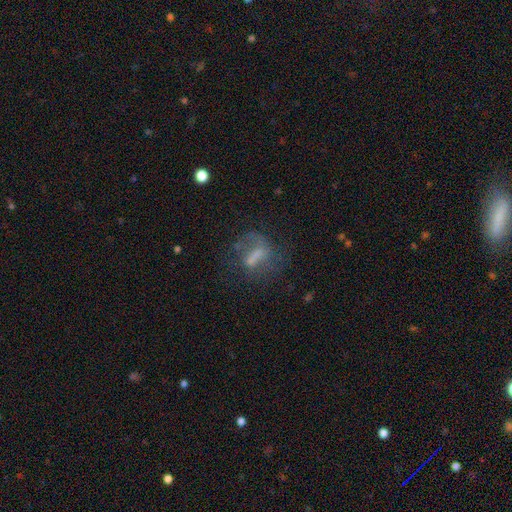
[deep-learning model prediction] Smooth or featured? Predicted: featured or disk (p=0.48). Merging? Predicted: none (p=0.46).